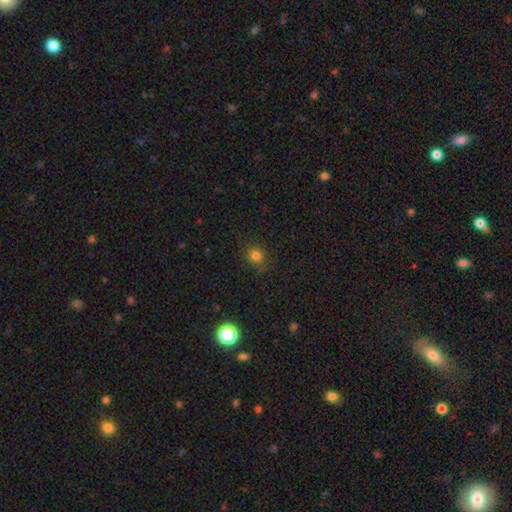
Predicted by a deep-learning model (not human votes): This appears to be a smooth galaxy with no disk features (79%) that is round (85%). Merging: none (85%).